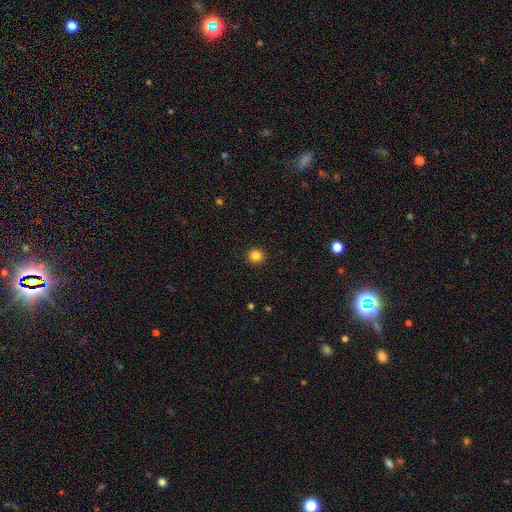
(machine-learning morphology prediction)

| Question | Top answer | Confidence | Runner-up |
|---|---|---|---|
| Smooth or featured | smooth | 85% | star or artifact (11%) |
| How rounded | round | 91% | in between (8%) |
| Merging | none | 93% | minor disturbance (5%) |